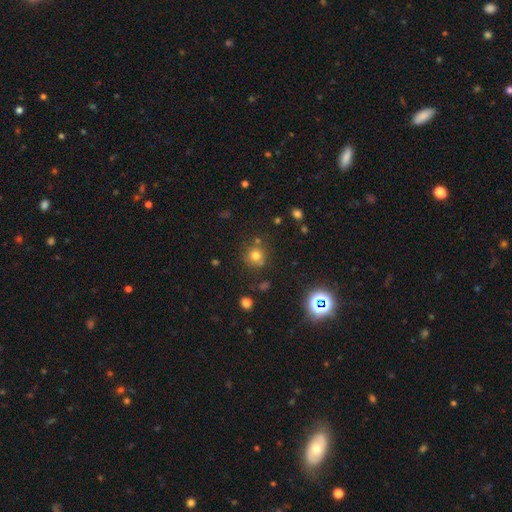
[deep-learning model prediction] smooth 73%, star or artifact 19%, featured or disk 9%. Down the decision tree: how rounded — round (90%); merging — none (74%).